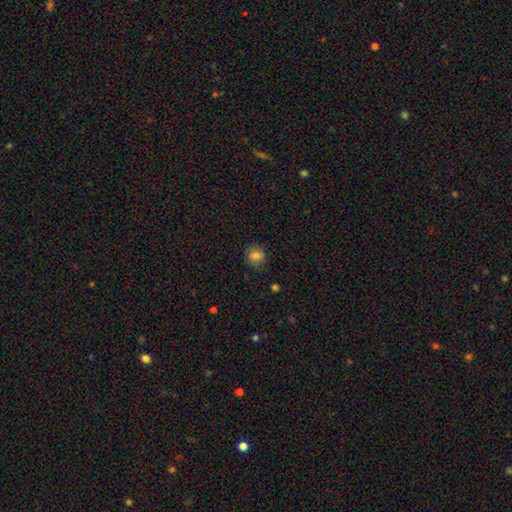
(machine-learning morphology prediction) The model was most divided on "how rounded": round: 74%, in between: 25%, cigar-shaped: 1%. More confident: merging — none (82%); smooth or featured — smooth (81%).